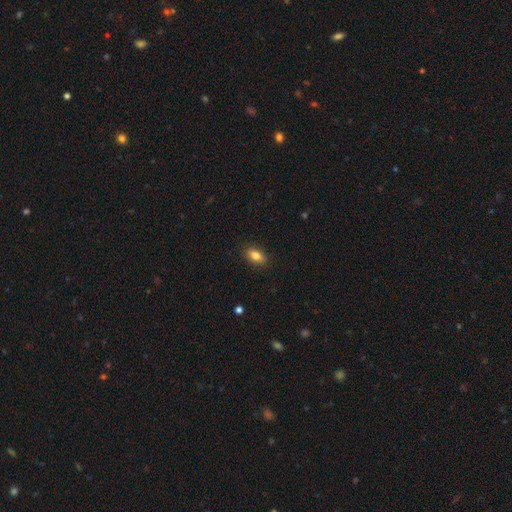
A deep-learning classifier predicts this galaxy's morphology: The model was most divided on "smooth or featured": smooth: 82%, featured or disk: 10%, star or artifact: 9%. More confident: merging — none (88%); how rounded — in between (86%).